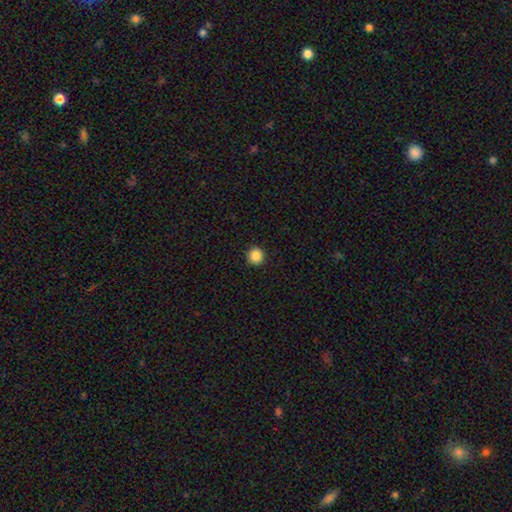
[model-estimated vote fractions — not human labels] Smooth or featured?
  - smooth: 87% *
  - star or artifact: 10%
  - featured or disk: 3%
How rounded?
  - round: 95% *
  - in between: 4%
  - cigar-shaped: 1%
Merging?
  - none: 93% *
  - minor disturbance: 4%
  - major disturbance: 2%
  - merger: 1%